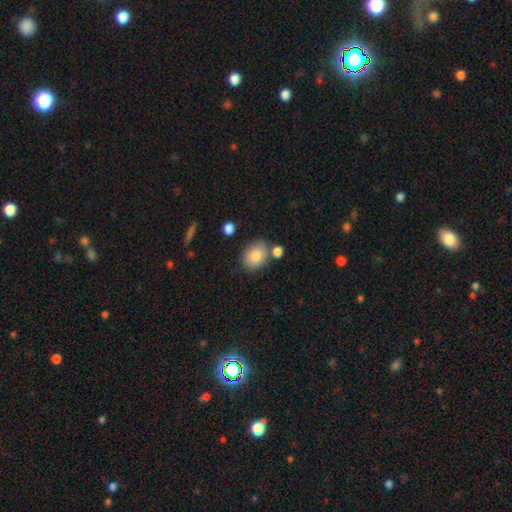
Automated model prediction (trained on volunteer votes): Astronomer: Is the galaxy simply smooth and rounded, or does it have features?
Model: smooth — 83%.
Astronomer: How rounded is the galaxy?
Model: in between — 60% (runner-up: round, 39%).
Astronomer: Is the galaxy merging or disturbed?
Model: none — 67%.